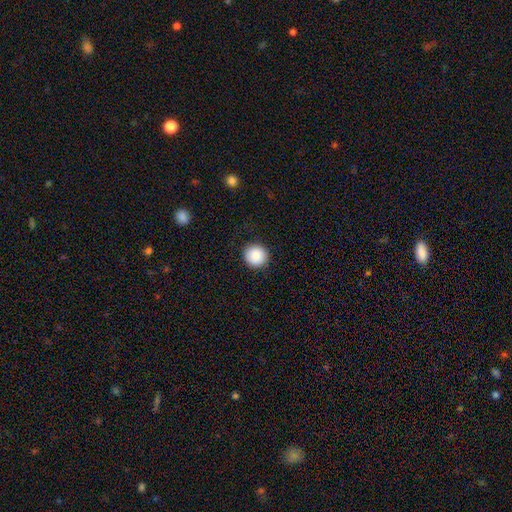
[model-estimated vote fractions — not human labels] smooth-or-featured: smooth: 88% | star or artifact: 8% | featured or disk: 4%
  how-rounded: round: 94% | in between: 5% | cigar-shaped: 1%
  merging: none: 91% | minor disturbance: 6% | major disturbance: 2% | merger: 1%